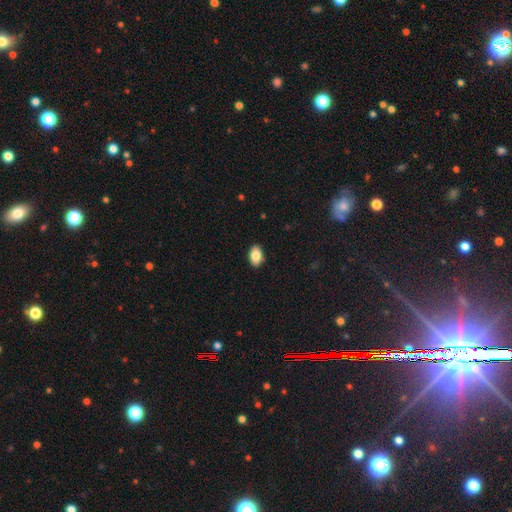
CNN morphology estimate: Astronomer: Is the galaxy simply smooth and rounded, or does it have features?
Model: smooth — 85%.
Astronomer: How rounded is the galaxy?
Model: in between — 89%.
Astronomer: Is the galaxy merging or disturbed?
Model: none — 90%.